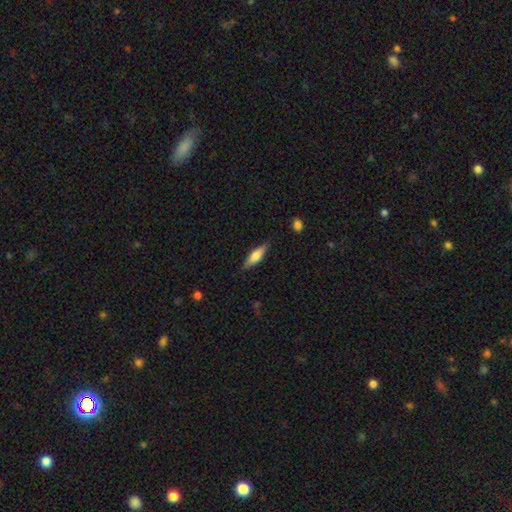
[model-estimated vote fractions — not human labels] Smooth or featured?
  - smooth: 60% *
  - featured or disk: 34%
  - star or artifact: 6%
How rounded?
  - cigar-shaped: 57% *
  - in between: 41%
  - round: 2%
Merging?
  - none: 83% *
  - minor disturbance: 13%
  - major disturbance: 3%
  - merger: 1%